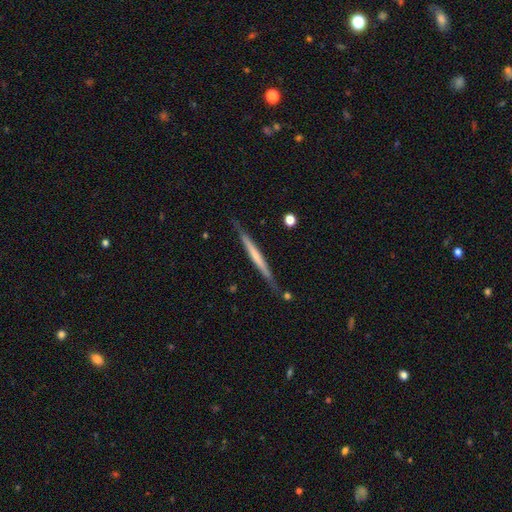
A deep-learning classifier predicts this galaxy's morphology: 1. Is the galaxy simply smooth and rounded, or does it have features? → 56% featured or disk, 39% smooth, 5% star or artifact.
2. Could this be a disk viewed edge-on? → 97% yes, 3% no.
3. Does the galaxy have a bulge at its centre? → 78% none, 14% rounded, 8% boxy.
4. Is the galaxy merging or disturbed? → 83% none, 13% minor disturbance, 2% merger, 2% major disturbance.